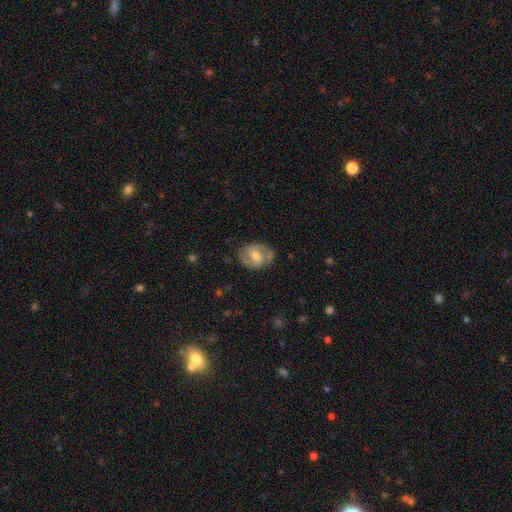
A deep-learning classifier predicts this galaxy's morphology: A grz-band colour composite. It shows a featured or disk galaxy (62%) with a weak bar (46%), spiral arms (73%) and a moderate central bulge (62%). Merging: none (70%).